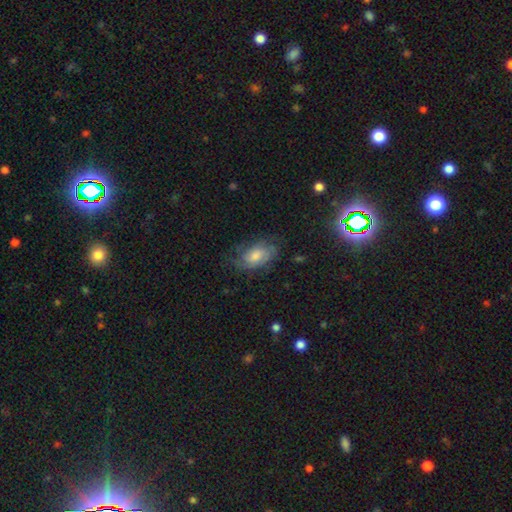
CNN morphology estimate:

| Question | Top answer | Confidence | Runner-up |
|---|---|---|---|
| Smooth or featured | featured or disk | 54% | smooth (34%) |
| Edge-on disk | no | 94% | yes (6%) |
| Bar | no | 68% | weak (27%) |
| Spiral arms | yes | 84% | no (16%) |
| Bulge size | moderate | 50% | small (22%) |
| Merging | none | 66% | minor disturbance (21%) |